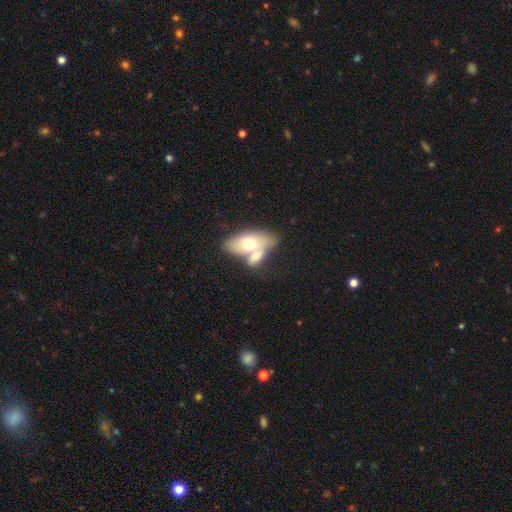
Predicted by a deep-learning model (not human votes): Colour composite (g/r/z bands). It shows a smooth galaxy with no disk features (61%) that is in between round and cigar-shaped (86%). Merging: merger (66%).